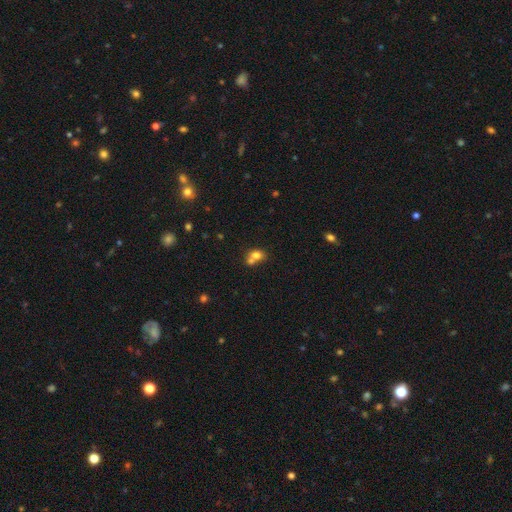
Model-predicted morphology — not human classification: Smooth or featured? Predicted: smooth (p=0.73). How rounded? Predicted: round (p=0.52). Merging? Predicted: merger (p=0.59).